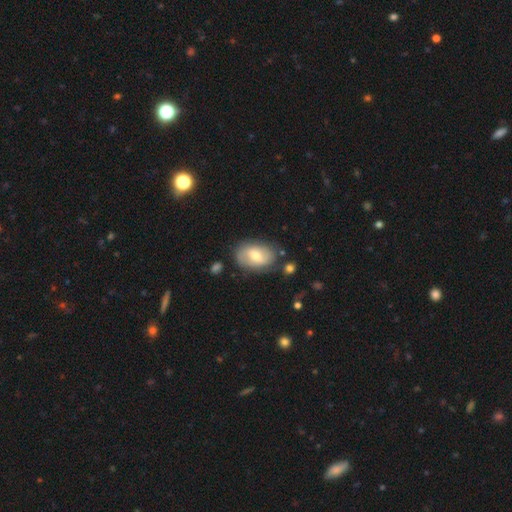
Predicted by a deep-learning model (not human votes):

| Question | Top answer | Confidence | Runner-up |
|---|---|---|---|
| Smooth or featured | smooth | 54% | featured or disk (39%) |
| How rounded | in between | 85% | round (13%) |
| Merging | none | 74% | minor disturbance (17%) |